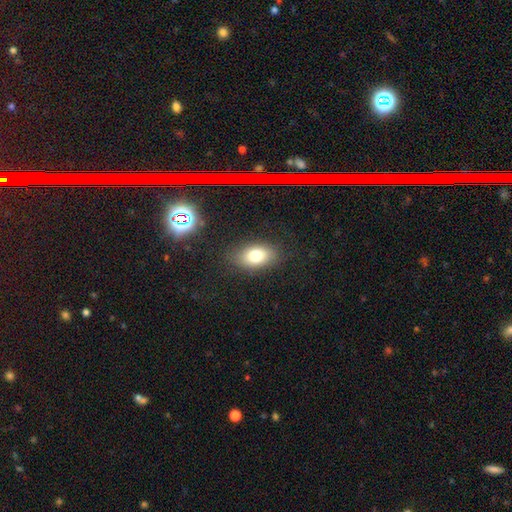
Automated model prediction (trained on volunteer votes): Q: Smooth or featured?
A: smooth (75%); runner-up: featured or disk (13%)
Q: How rounded?
A: in between (84%); runner-up: round (14%)
Q: Merging?
A: none (83%); runner-up: minor disturbance (12%)